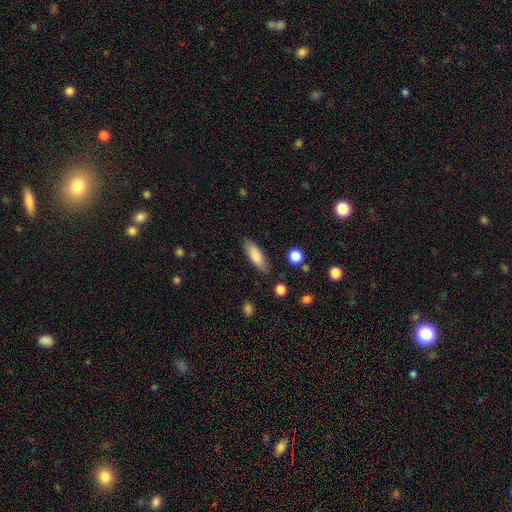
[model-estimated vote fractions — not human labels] Q: Smooth or featured?
A: smooth (83%); runner-up: featured or disk (11%)
Q: How rounded?
A: in between (59%); runner-up: cigar-shaped (39%)
Q: Merging?
A: none (82%); runner-up: minor disturbance (13%)